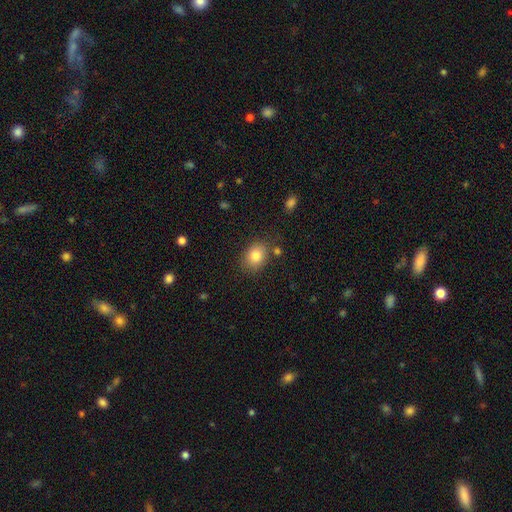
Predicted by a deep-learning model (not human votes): Smooth or featured: smooth — 82% (star or artifact — 10%)
How rounded: in between — 53% (round — 46%)
Merging: none — 79% (minor disturbance — 13%)